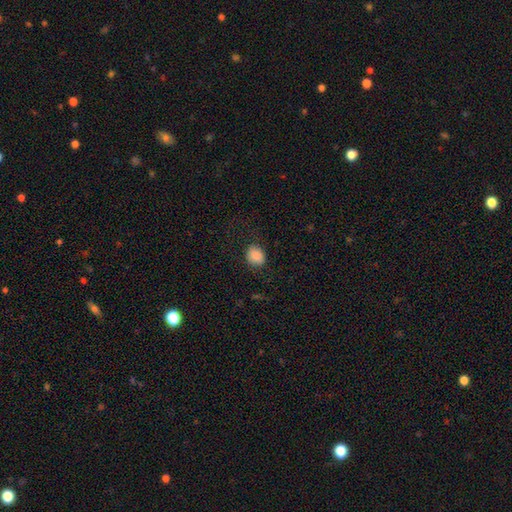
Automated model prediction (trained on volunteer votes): Smooth or featured? Predicted: smooth (p=0.87). How rounded? Predicted: round (p=0.54). Merging? Predicted: none (p=0.79).